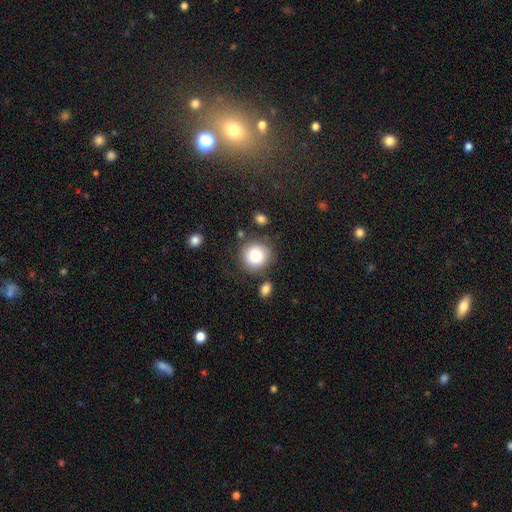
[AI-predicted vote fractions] This appears to be a smooth galaxy with no disk features (82%) that is round (89%). Merging: none (77%).